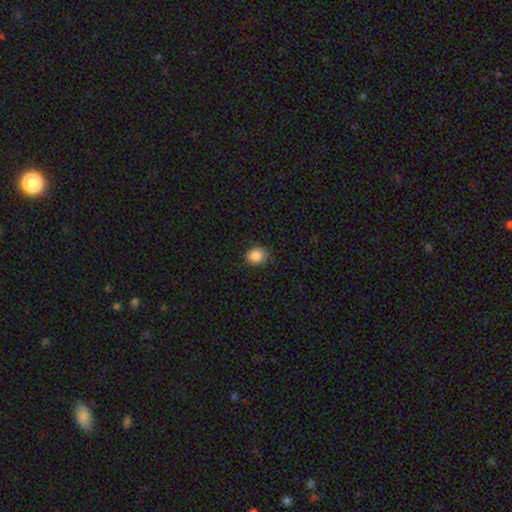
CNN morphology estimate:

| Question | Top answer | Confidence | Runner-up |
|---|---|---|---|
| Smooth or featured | smooth | 87% | star or artifact (9%) |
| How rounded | round | 59% | in between (40%) |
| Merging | none | 83% | minor disturbance (14%) |